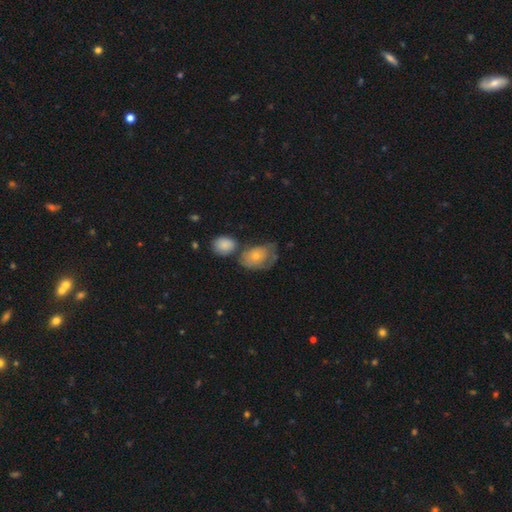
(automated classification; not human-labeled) Smooth or featured? Predicted: smooth (p=0.54). How rounded? Predicted: in between (p=0.71). Merging? Predicted: none (p=0.38).